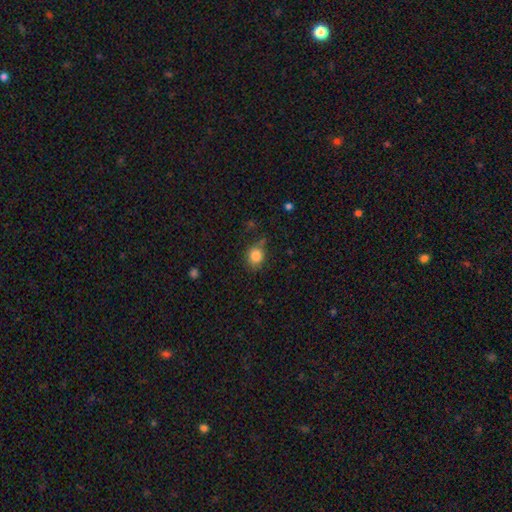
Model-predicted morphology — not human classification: smooth 83%, star or artifact 11%, featured or disk 6%. Down the decision tree: how rounded — round (72%); merging — none (67%).